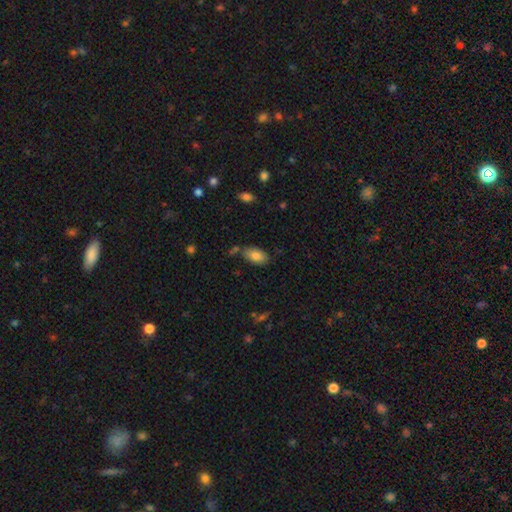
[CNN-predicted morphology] Q: Smooth or featured?
A: smooth (83%); runner-up: featured or disk (9%)
Q: How rounded?
A: in between (94%); runner-up: round (4%)
Q: Merging?
A: none (69%); runner-up: minor disturbance (18%)